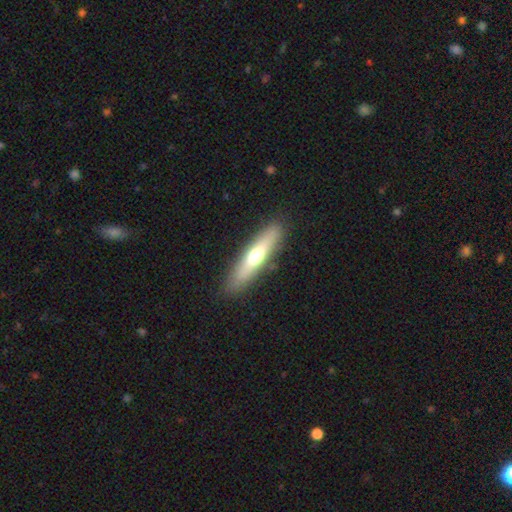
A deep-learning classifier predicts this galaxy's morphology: type=smooth (52%); roundness=cigar-shaped (77%); merging=none (88%).